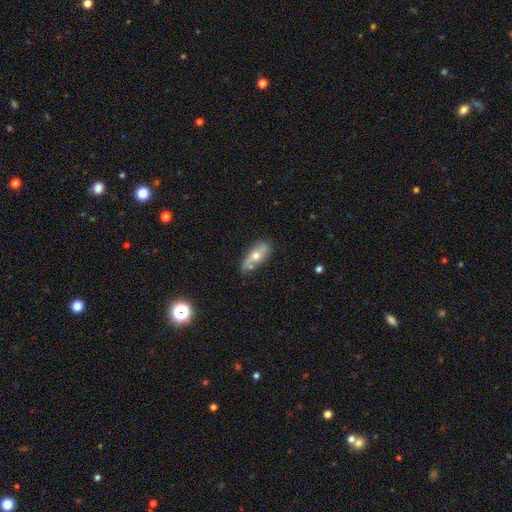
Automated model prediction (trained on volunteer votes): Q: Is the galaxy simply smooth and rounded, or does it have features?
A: smooth — 47%.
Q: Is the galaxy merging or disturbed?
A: none — 61%.